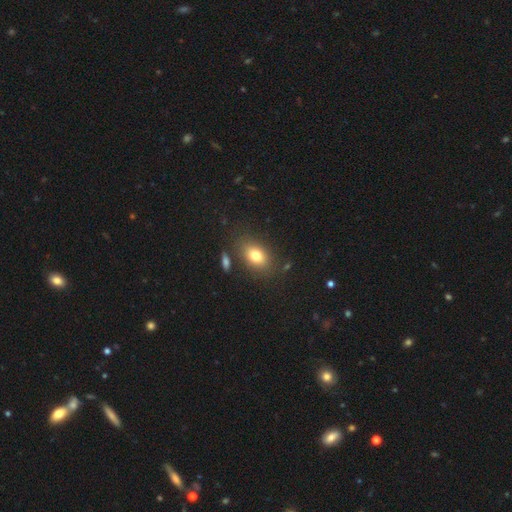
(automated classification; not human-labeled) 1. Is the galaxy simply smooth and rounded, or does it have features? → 79% smooth, 12% featured or disk, 9% star or artifact.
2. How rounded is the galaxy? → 82% in between, 16% round, 2% cigar-shaped.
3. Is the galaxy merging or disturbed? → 80% none, 11% minor disturbance, 5% merger, 4% major disturbance.